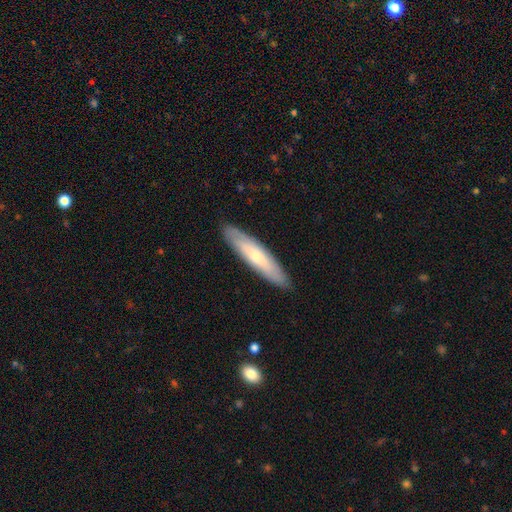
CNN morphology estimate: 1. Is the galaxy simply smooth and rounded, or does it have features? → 58% smooth, 37% featured or disk, 6% star or artifact.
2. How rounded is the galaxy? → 81% cigar-shaped, 18% in between, 1% round.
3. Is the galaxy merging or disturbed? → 88% none, 9% minor disturbance, 2% major disturbance, 1% merger.